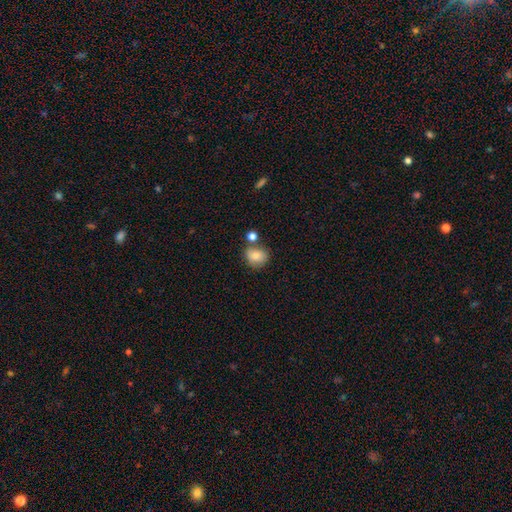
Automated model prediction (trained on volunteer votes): Q: Smooth or featured?
A: smooth (83%); runner-up: star or artifact (9%)
Q: How rounded?
A: round (74%); runner-up: in between (25%)
Q: Merging?
A: none (63%); runner-up: merger (18%)